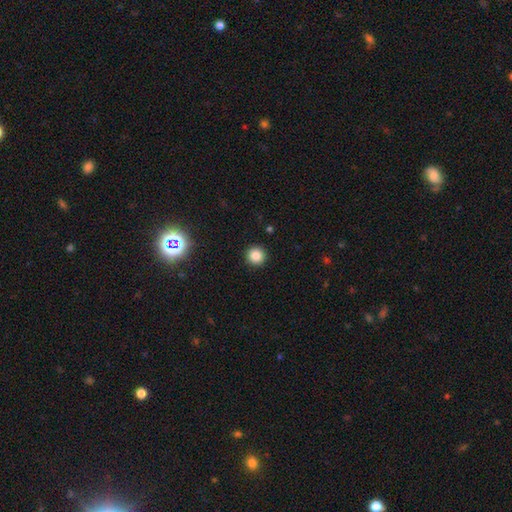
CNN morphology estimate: Q: Smooth or featured?
A: smooth (85%); runner-up: star or artifact (11%)
Q: How rounded?
A: round (96%); runner-up: in between (3%)
Q: Merging?
A: none (93%); runner-up: minor disturbance (4%)